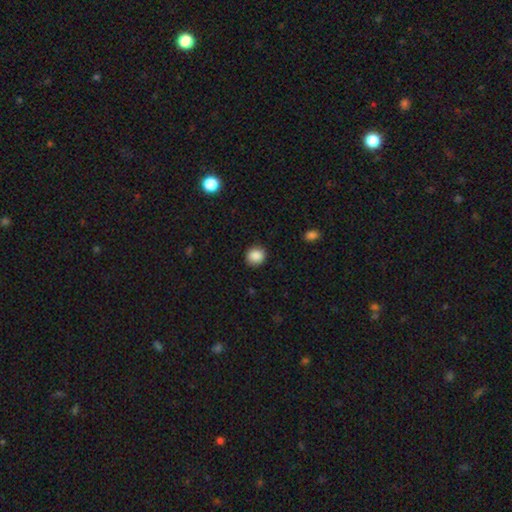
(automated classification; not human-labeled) A smooth galaxy with no disk features (88%) that is round (82%).

Vote fractions:
- Smooth or featured? smooth: 88% / star or artifact: 9% / featured or disk: 3%
- How rounded? round: 82% / in between: 17% / cigar-shaped: 1%
- Merging? none: 89% / minor disturbance: 8% / major disturbance: 2% / merger: 1%